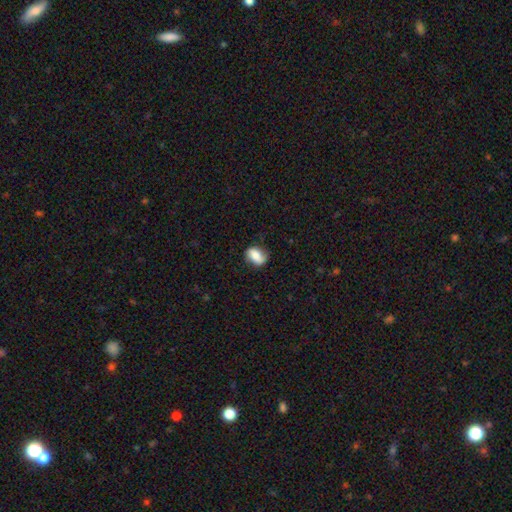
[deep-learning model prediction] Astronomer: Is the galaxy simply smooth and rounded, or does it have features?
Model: smooth — 60%.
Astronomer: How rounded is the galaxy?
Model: in between — 74%.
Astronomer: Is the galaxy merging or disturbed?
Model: none — 70%.